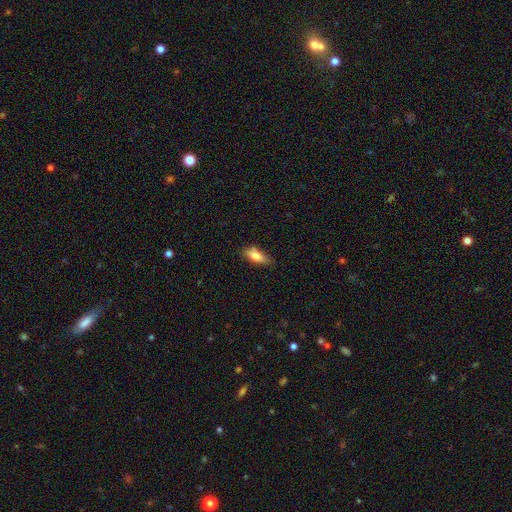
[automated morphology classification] type=smooth (80%); roundness=in between (74%); merging=none (70%).